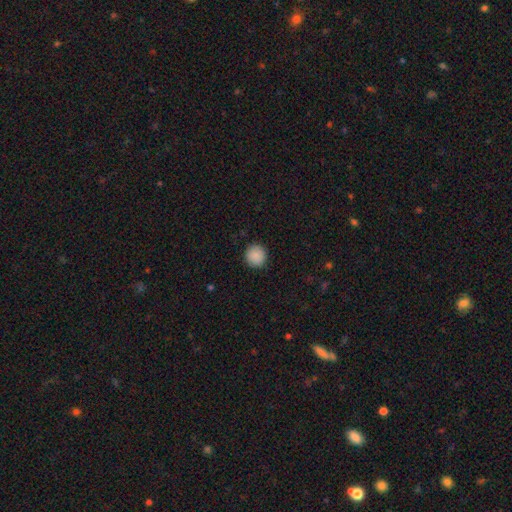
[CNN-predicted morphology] Overall: smooth (89%). How rounded: round (94%). Merging: none (91%).